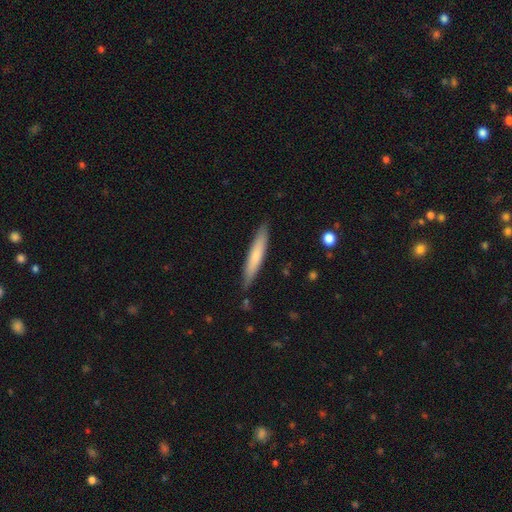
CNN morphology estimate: Q: Smooth or featured?
A: smooth (69%); runner-up: featured or disk (26%)
Q: How rounded?
A: cigar-shaped (92%); runner-up: in between (7%)
Q: Merging?
A: none (86%); runner-up: minor disturbance (10%)